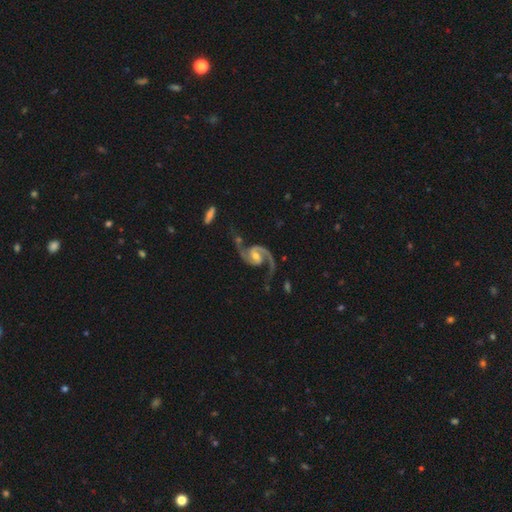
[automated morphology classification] Smooth or featured: featured or disk — 94% (star or artifact — 4%)
Edge-on disk: no — 98% (yes — 2%)
Bar: weak — 45% (no — 36%)
Spiral arms: yes — 99% (no — 1%)
Spiral winding: medium — 56% (loose — 31%)
Spiral arm count: 2 — 94% (1 — 2%)
Bulge size: moderate — 57% (small — 35%)
Merging: none — 60% (minor disturbance — 17%)